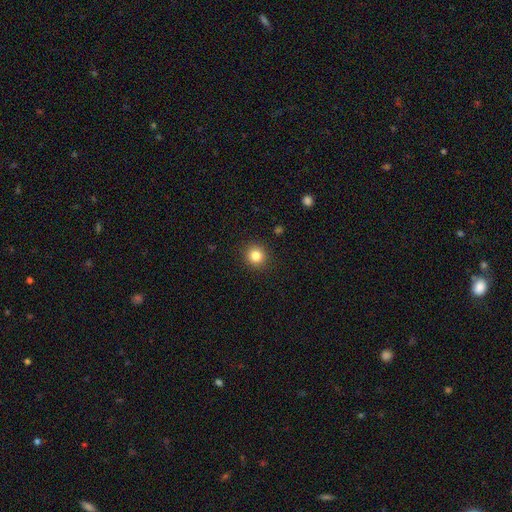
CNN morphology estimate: This appears to be a smooth galaxy with no disk features (83%) that is round (92%). Merging: none (91%).